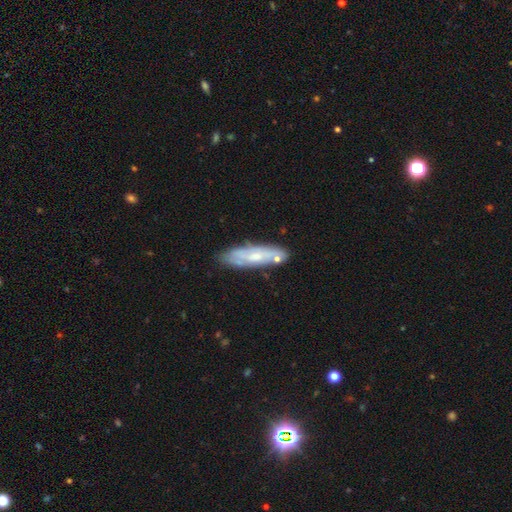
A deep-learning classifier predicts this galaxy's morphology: A featured or disk galaxy (48%). Merging: none (72%).